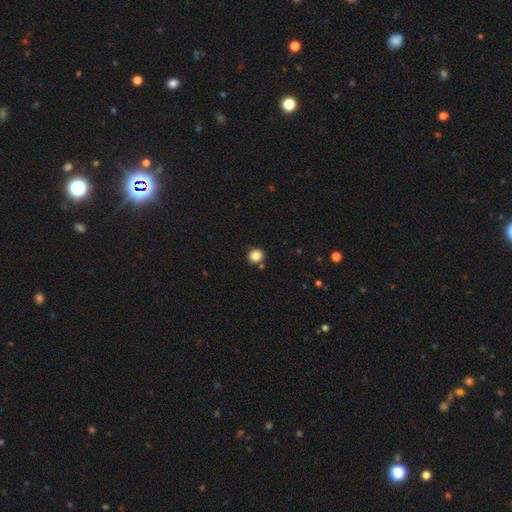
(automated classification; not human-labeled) Smooth or featured?
  - smooth: 85% *
  - star or artifact: 11%
  - featured or disk: 4%
How rounded?
  - round: 92% *
  - in between: 7%
  - cigar-shaped: 1%
Merging?
  - none: 84% *
  - minor disturbance: 8%
  - merger: 6%
  - major disturbance: 2%